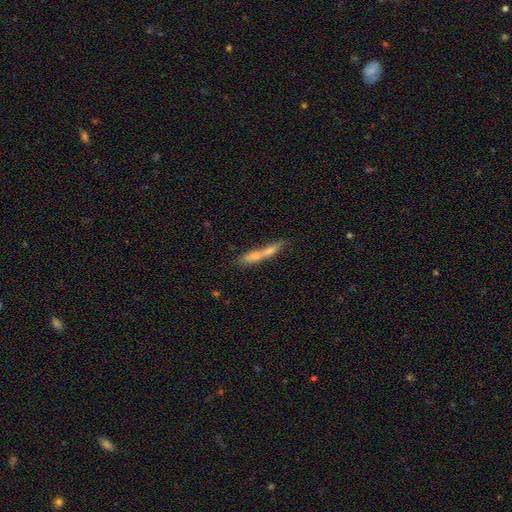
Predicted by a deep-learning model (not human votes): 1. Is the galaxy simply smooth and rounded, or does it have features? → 55% smooth, 35% featured or disk, 10% star or artifact.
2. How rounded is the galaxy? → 81% cigar-shaped, 16% in between, 3% round.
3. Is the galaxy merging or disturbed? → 46% merger, 36% none, 12% minor disturbance, 6% major disturbance.